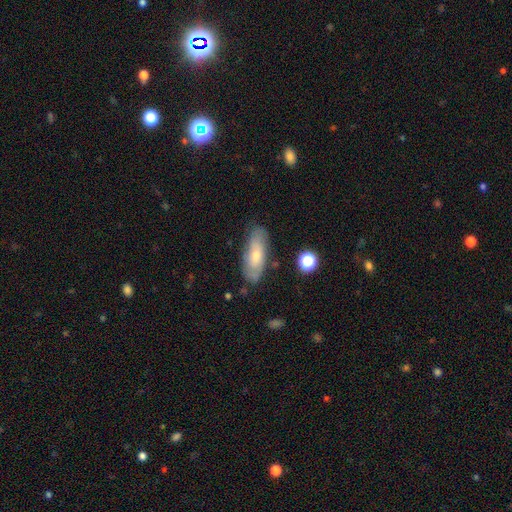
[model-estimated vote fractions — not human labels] Smooth or featured? Predicted: smooth (p=0.50). Merging? Predicted: none (p=0.78).